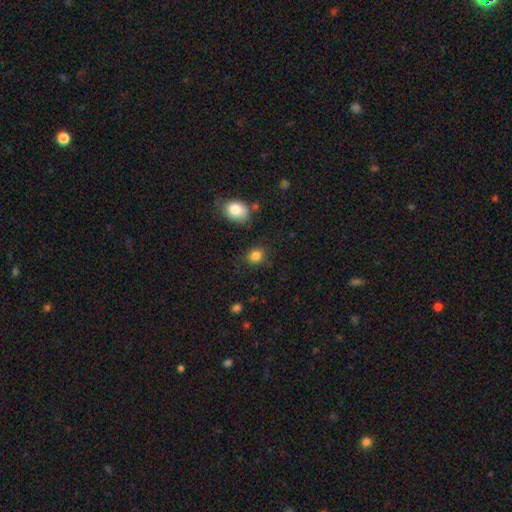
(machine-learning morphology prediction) A smooth galaxy with no disk features (84%) that is round (54%). Merging: none (80%).